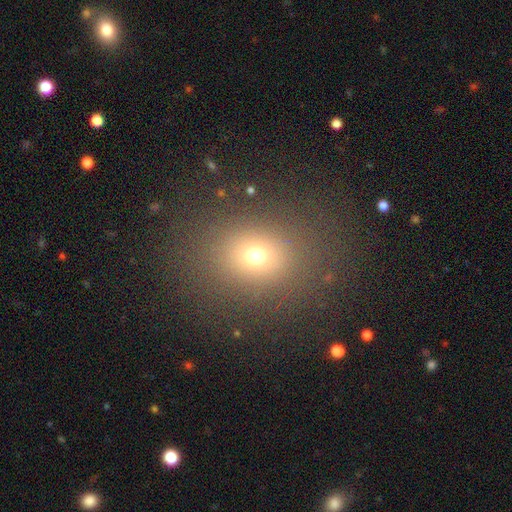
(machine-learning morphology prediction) The model was most divided on "how rounded": round: 59%, in between: 40%, cigar-shaped: 1%. More confident: merging — none (84%); smooth or featured — smooth (68%).